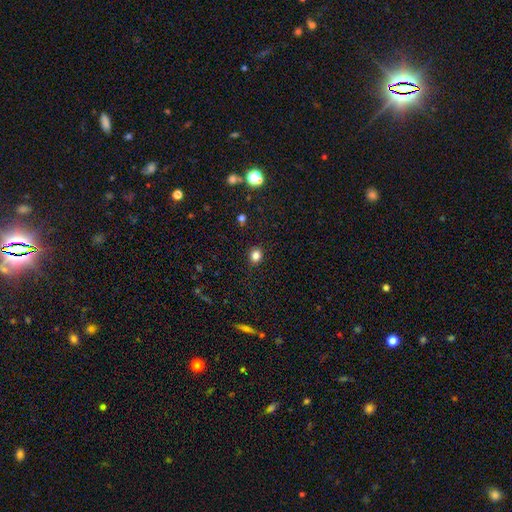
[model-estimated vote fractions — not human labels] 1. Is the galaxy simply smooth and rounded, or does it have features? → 82% smooth, 13% star or artifact, 5% featured or disk.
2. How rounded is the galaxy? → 75% round, 24% in between, 1% cigar-shaped.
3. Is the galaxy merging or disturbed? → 89% none, 8% minor disturbance, 2% major disturbance, 1% merger.